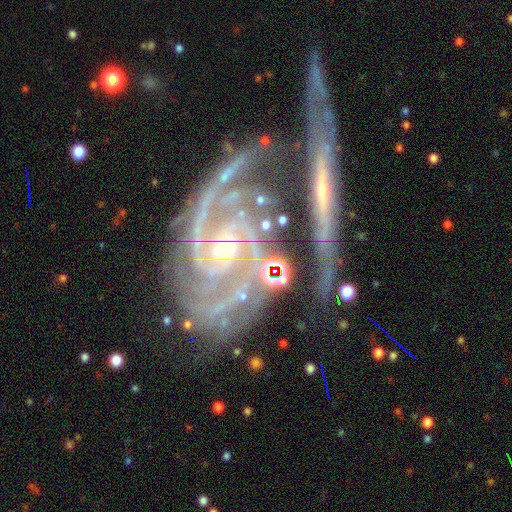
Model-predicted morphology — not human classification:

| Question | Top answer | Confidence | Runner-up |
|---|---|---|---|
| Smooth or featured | featured or disk | 90% | star or artifact (6%) |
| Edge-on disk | no | 95% | yes (5%) |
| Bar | no | 58% | weak (27%) |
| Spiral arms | yes | 98% | no (2%) |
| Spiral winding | tight | 58% | medium (34%) |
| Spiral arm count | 2 | 33% | 3 (24%) |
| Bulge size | small | 54% | moderate (35%) |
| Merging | none | 50% | minor disturbance (20%) |